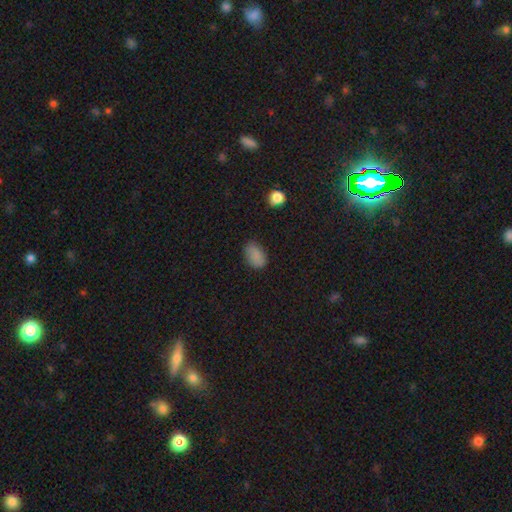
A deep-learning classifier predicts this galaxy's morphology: The model was most divided on "merging": none: 78%, minor disturbance: 17%, major disturbance: 4%, merger: 1%. More confident: how rounded — in between (88%); smooth or featured — smooth (84%).